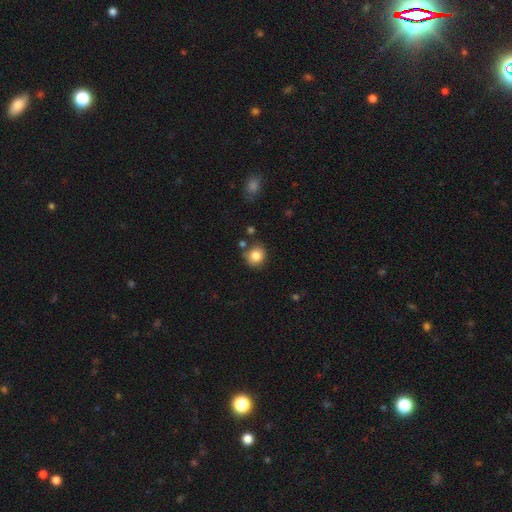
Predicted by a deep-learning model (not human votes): smooth-or-featured: smooth: 83% | star or artifact: 10% | featured or disk: 7%
  how-rounded: round: 86% | in between: 13% | cigar-shaped: 1%
  merging: none: 78% | minor disturbance: 13% | merger: 6% | major disturbance: 3%